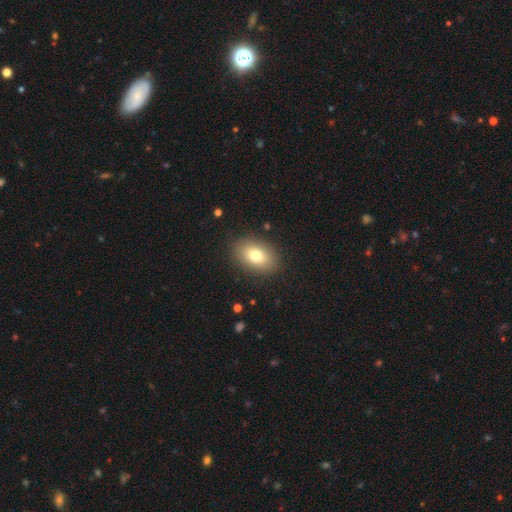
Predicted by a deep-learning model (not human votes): Smooth or featured? Predicted: smooth (p=0.79). How rounded? Predicted: in between (p=0.87). Merging? Predicted: none (p=0.88).